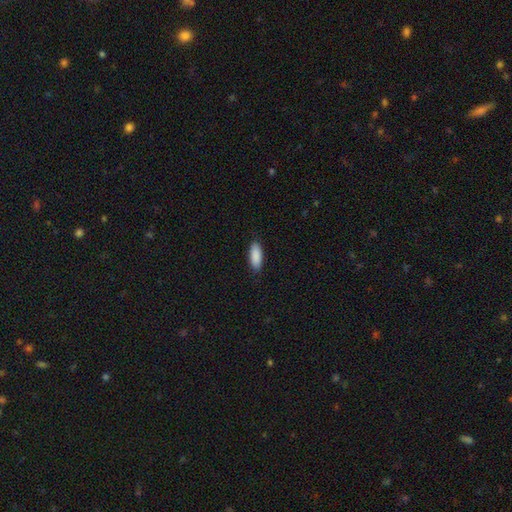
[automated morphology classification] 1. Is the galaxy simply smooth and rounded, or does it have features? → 90% smooth, 6% star or artifact, 4% featured or disk.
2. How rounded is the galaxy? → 73% in between, 25% cigar-shaped, 2% round.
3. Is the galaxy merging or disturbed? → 88% none, 9% minor disturbance, 2% major disturbance, 1% merger.